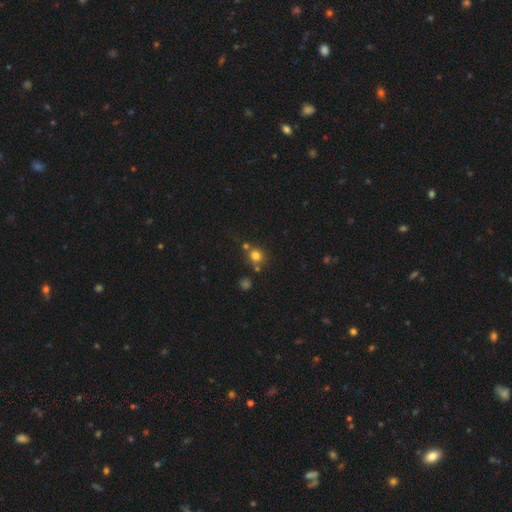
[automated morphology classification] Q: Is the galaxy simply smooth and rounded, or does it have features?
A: smooth — 76%.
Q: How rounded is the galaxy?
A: round — 85%.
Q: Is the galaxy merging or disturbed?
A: none — 66%.